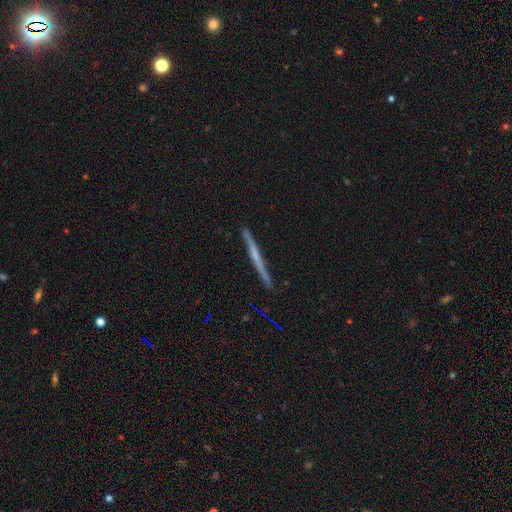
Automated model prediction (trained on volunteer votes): Overall: featured or disk (64%; smooth 30%). Edge-on disk: yes (98%). Edge-on bulge: none (62%; rounded 30%). Merging: none (89%).